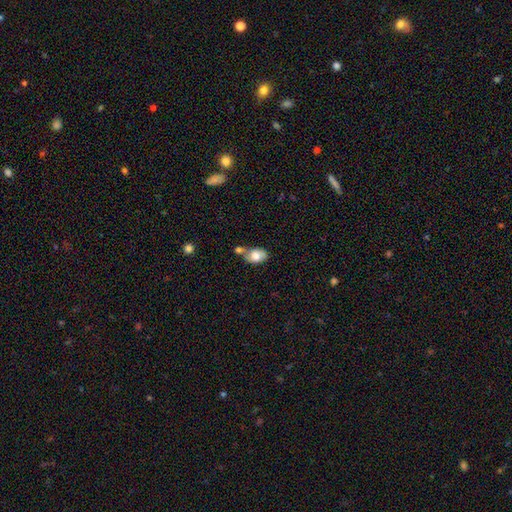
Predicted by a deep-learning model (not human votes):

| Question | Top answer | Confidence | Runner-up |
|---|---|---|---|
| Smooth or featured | smooth | 72% | featured or disk (20%) |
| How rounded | in between | 83% | round (15%) |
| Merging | merger | 37% | tied: none (37%) |